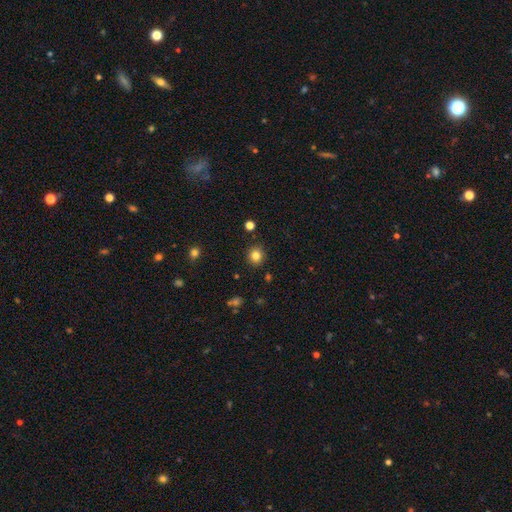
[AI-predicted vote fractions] Q: Smooth or featured?
A: smooth (82%); runner-up: star or artifact (12%)
Q: How rounded?
A: round (88%); runner-up: in between (11%)
Q: Merging?
A: none (90%); runner-up: minor disturbance (7%)